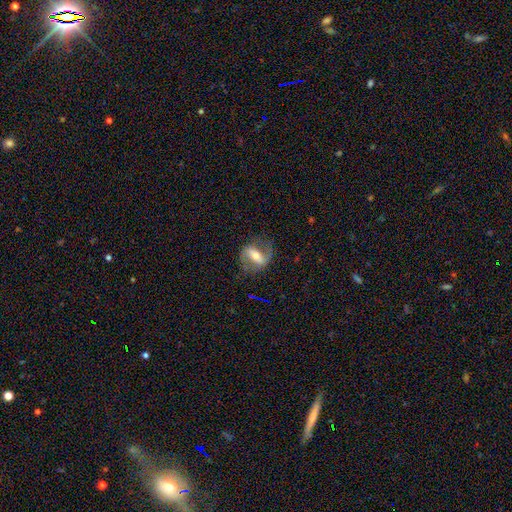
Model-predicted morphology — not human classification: Smooth or featured? featured or disk (71%)
Edge-on disk? no (91%)
Bar? strong (57%)
Spiral arms? yes (79%)
Spiral winding? medium (43%)
Spiral arm count? 2 (84%)
Bulge size? moderate (59%)
Merging? none (70%)